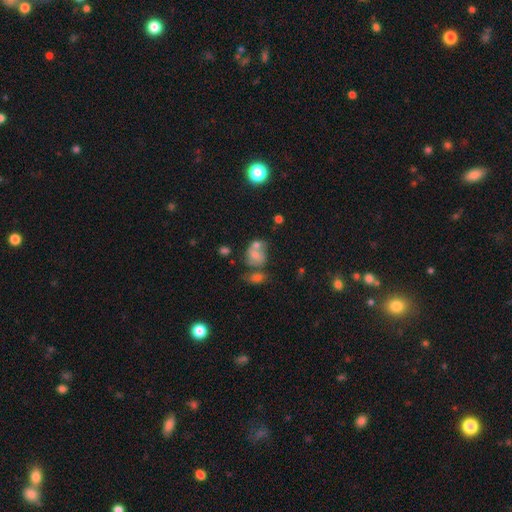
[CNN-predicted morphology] A smooth galaxy with no disk features (61%) that is in between round and cigar-shaped (53%). Merging: merger (46%).